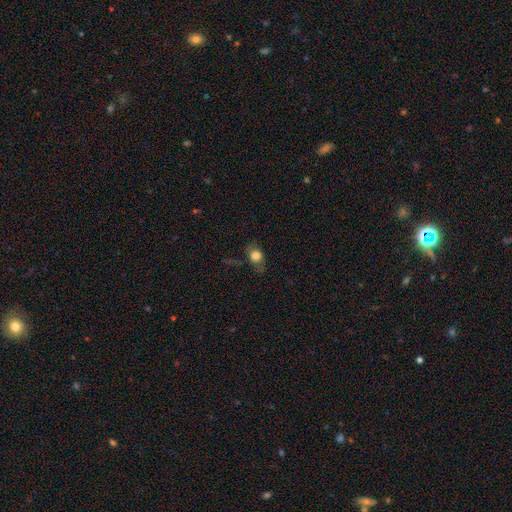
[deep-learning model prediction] Overall: smooth (70%). How rounded: in between (54%; round 43%). Merging: none (61%; minor disturbance 23%).